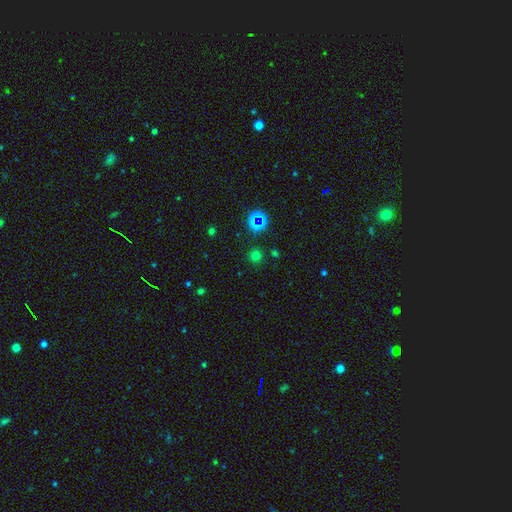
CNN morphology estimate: A smooth galaxy with no disk features (65%) that is round (93%). Merging: none (87%).